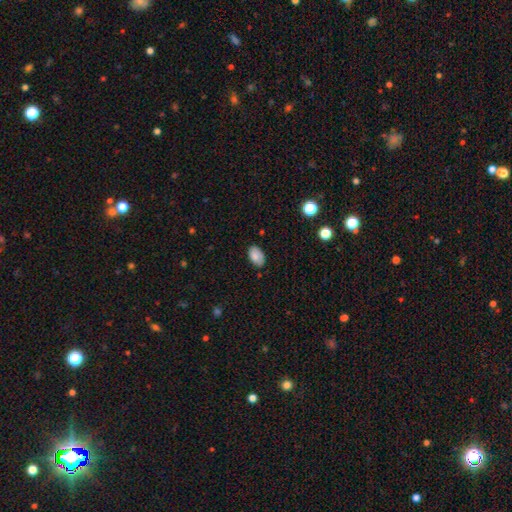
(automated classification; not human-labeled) Smooth or featured: smooth — 83% (featured or disk — 9%)
How rounded: in between — 92% (round — 7%)
Merging: none — 77% (minor disturbance — 18%)